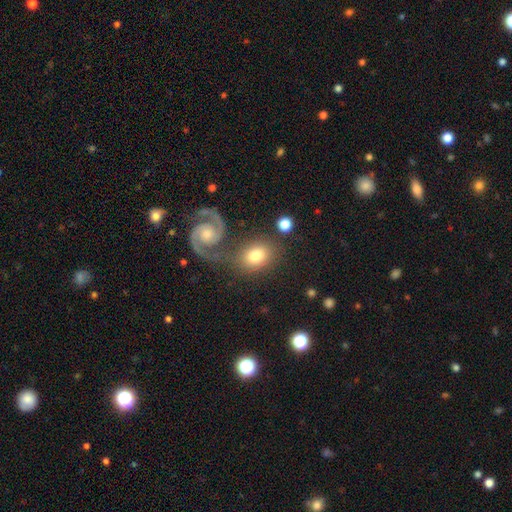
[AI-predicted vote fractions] smooth_or_featured: smooth (p=0.62) [alt: featured or disk p=0.31]
how_rounded: in between (p=0.56) [alt: round p=0.42]
merging: none (p=0.61) [alt: merger p=0.22]